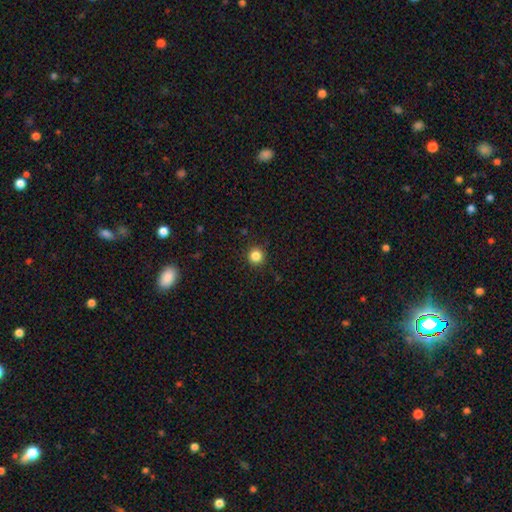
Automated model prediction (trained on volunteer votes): smooth_or_featured: smooth (p=0.84) [alt: star or artifact p=0.12]
how_rounded: round (p=0.95) [alt: in between p=0.04]
merging: none (p=0.92) [alt: minor disturbance p=0.05]